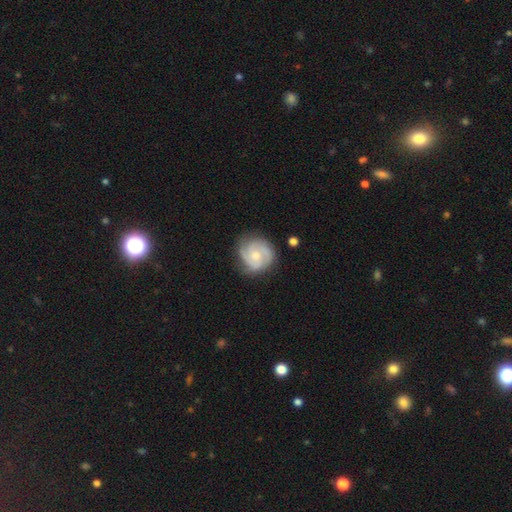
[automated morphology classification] Smooth or featured: featured or disk — 78% (smooth — 17%)
Edge-on disk: no — 98% (yes — 2%)
Bar: no — 71% (weak — 25%)
Spiral arms: yes — 96% (no — 4%)
Spiral winding: tight — 53% (medium — 39%)
Spiral arm count: 3 — 55% (2 — 19%)
Bulge size: small — 46% (tied with moderate — 46%)
Merging: none — 75% (minor disturbance — 18%)